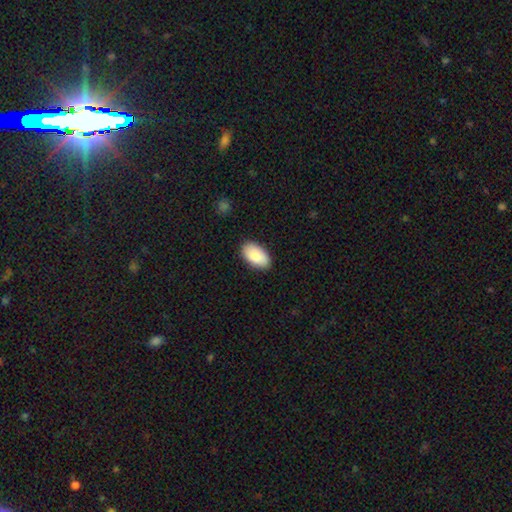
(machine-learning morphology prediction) Smooth or featured: smooth — 86% (featured or disk — 8%)
How rounded: in between — 96% (round — 3%)
Merging: none — 87% (minor disturbance — 10%)